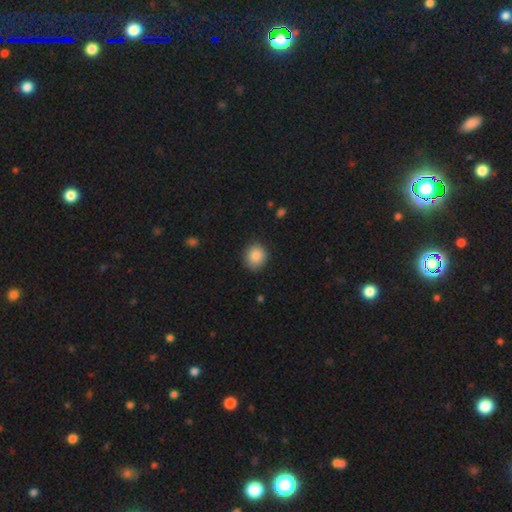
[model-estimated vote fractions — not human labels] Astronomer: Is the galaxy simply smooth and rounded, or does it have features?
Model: smooth — 86%.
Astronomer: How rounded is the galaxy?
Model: round — 82%.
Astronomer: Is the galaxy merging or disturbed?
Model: none — 87%.